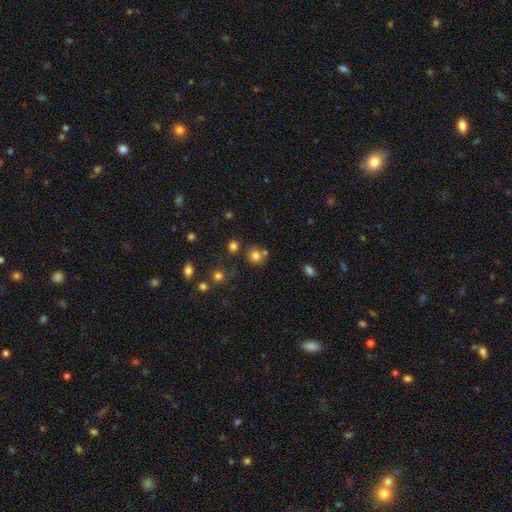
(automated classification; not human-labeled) Morphology: type=smooth (77%); roundness=round (88%); merging=none (70%).